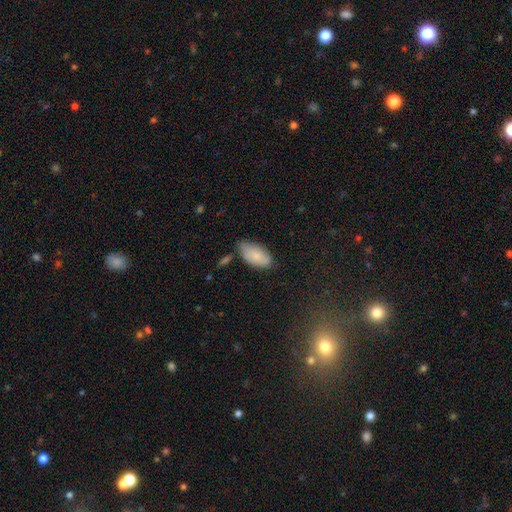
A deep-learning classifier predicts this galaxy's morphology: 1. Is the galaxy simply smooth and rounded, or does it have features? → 78% smooth, 15% featured or disk, 7% star or artifact.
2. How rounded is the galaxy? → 94% in between, 3% cigar-shaped, 3% round.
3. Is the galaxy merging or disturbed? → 57% none, 32% minor disturbance, 6% major disturbance, 6% merger.